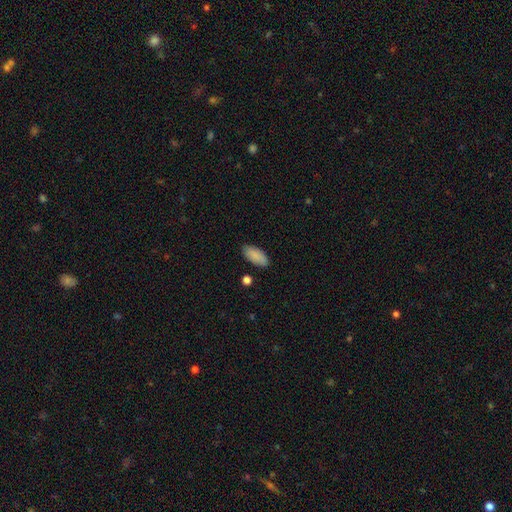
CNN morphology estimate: This appears to be a smooth galaxy with no disk features (88%) that is in between round and cigar-shaped (89%). Merging: none (85%).